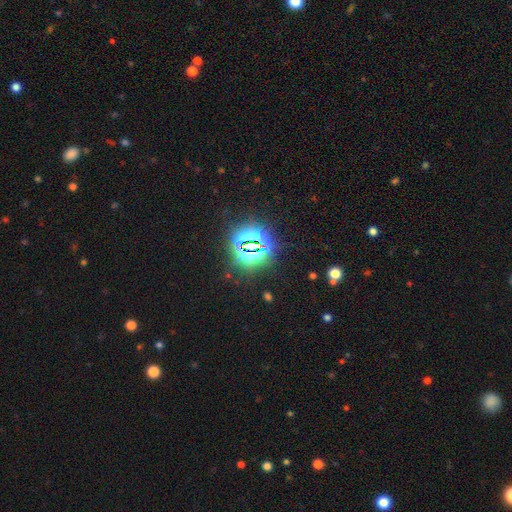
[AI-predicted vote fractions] Q: Smooth or featured?
A: star or artifact (85%); runner-up: smooth (9%)